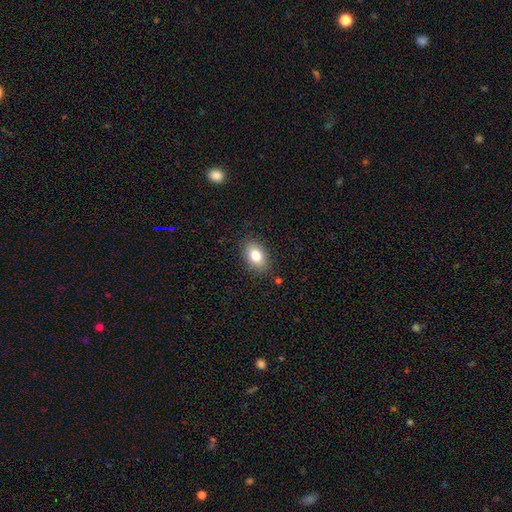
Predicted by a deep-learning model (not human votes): Smooth or featured? smooth (82%)
How rounded? in between (85%)
Merging? none (85%)